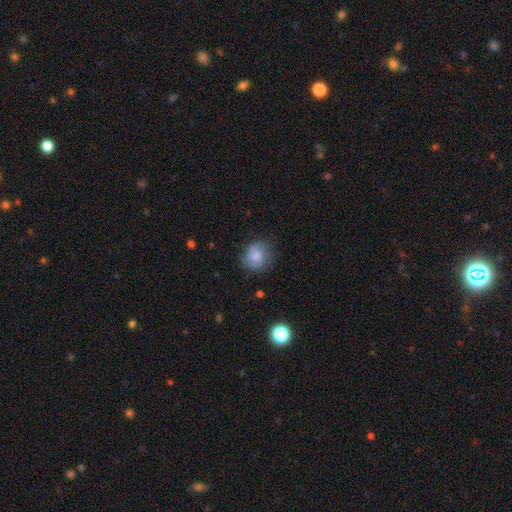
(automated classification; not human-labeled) Smooth or featured?
  - smooth: 64% *
  - featured or disk: 27%
  - star or artifact: 8%
How rounded?
  - round: 81% *
  - in between: 18%
  - cigar-shaped: 1%
Merging?
  - none: 72% *
  - minor disturbance: 20%
  - major disturbance: 6%
  - merger: 1%